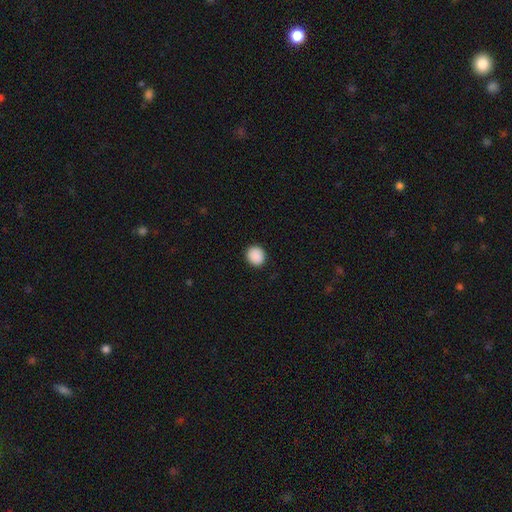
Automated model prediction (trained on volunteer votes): Morphology: type=smooth (90%); roundness=round (84%); merging=none (91%).